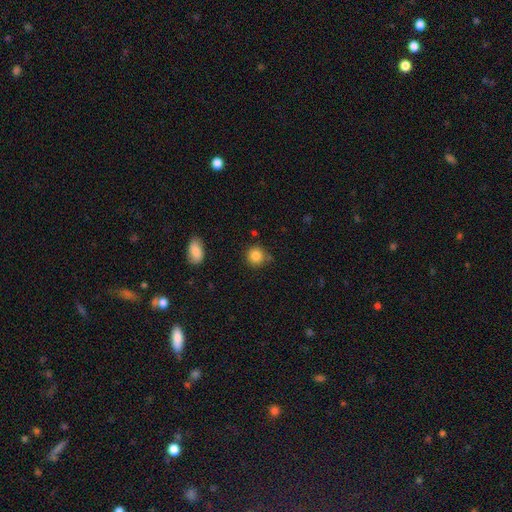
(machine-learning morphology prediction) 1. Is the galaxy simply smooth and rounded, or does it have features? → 85% smooth, 10% star or artifact, 6% featured or disk.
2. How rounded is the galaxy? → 90% round, 9% in between, 1% cigar-shaped.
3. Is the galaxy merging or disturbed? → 76% none, 17% minor disturbance, 4% merger, 3% major disturbance.